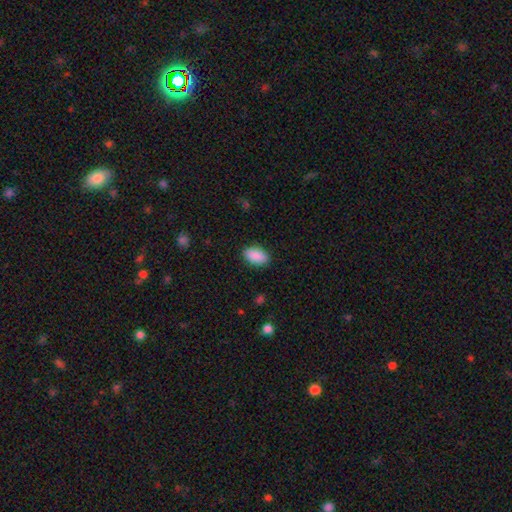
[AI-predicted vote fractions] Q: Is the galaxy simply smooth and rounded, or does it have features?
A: smooth — 90%.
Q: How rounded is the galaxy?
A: in between — 93%.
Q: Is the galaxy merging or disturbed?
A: none — 88%.